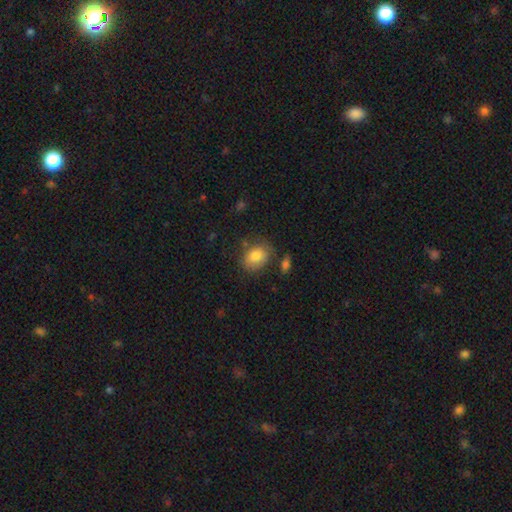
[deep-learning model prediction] smooth_or_featured: smooth (p=0.80) [alt: featured or disk p=0.11]
how_rounded: in between (p=0.61) [alt: round p=0.38]
merging: none (p=0.68) [alt: minor disturbance p=0.20]